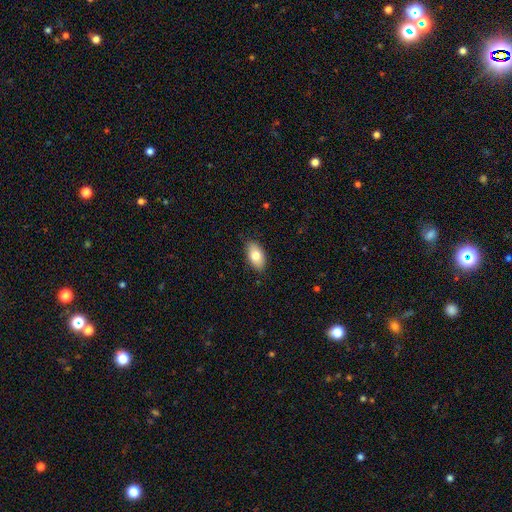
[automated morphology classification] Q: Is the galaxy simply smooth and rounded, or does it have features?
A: smooth — 79%.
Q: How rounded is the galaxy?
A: in between — 94%.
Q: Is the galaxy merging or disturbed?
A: none — 86%.